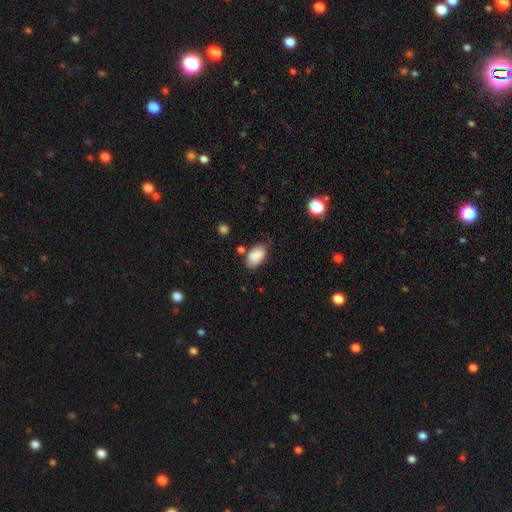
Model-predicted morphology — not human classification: smooth 86%, star or artifact 8%, featured or disk 6%. Down the decision tree: how rounded — in between (92%); merging — none (66%).